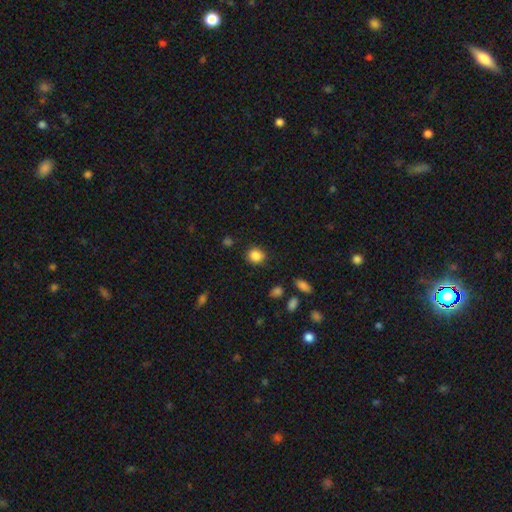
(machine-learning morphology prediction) Smooth or featured? Predicted: smooth (p=0.85). How rounded? Predicted: round (p=0.75). Merging? Predicted: none (p=0.86).